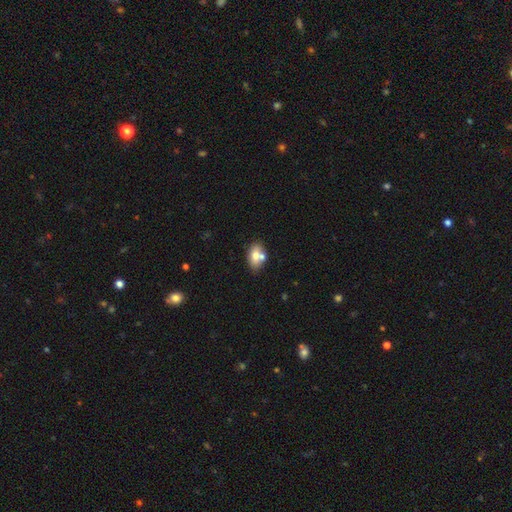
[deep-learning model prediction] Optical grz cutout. It shows a smooth galaxy with no disk features (70%) that is in between round and cigar-shaped (85%). Merging: none (57%).